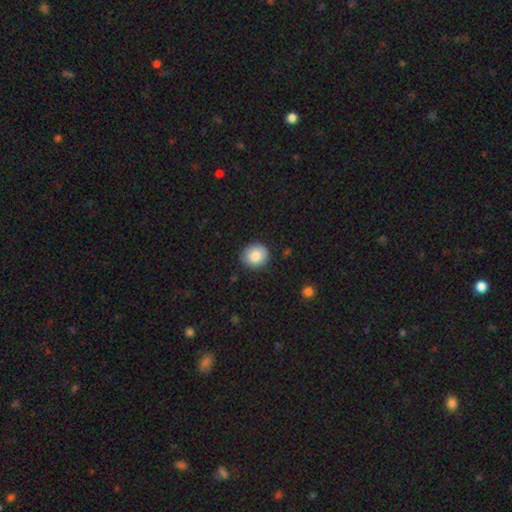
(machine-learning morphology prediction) Smooth or featured? smooth (86%)
How rounded? round (83%)
Merging? none (85%)